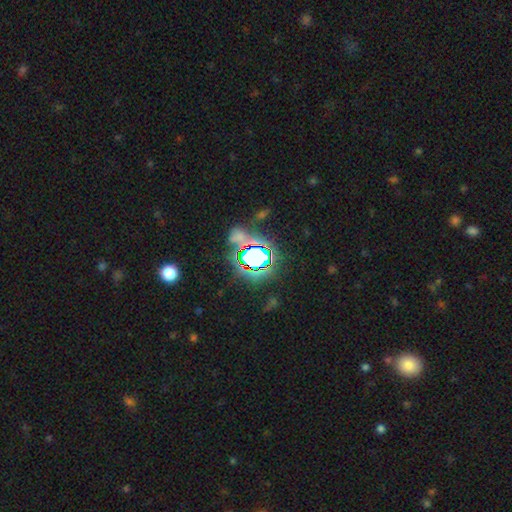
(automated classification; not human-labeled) Smooth or featured? star or artifact (79%)